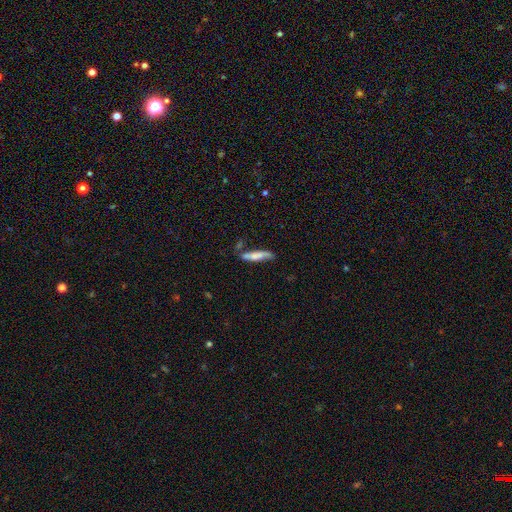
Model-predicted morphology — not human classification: Smooth or featured?
  - smooth: 61% *
  - featured or disk: 33%
  - star or artifact: 7%
How rounded?
  - cigar-shaped: 81% *
  - in between: 17%
  - round: 2%
Merging?
  - none: 56% *
  - minor disturbance: 25%
  - merger: 12%
  - major disturbance: 7%